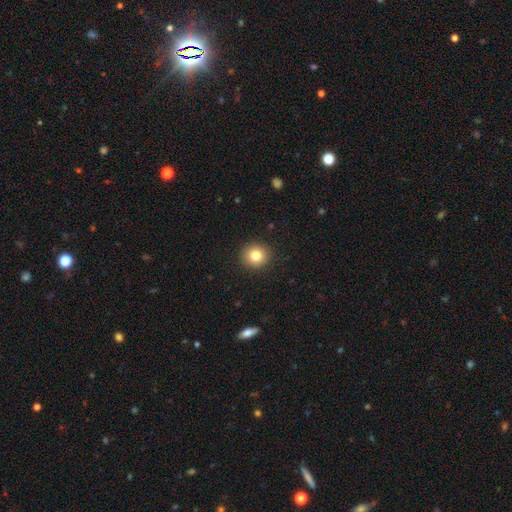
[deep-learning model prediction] The model was most divided on "smooth or featured": smooth: 81%, star or artifact: 10%, featured or disk: 8%. More confident: merging — none (91%); how rounded — round (89%).